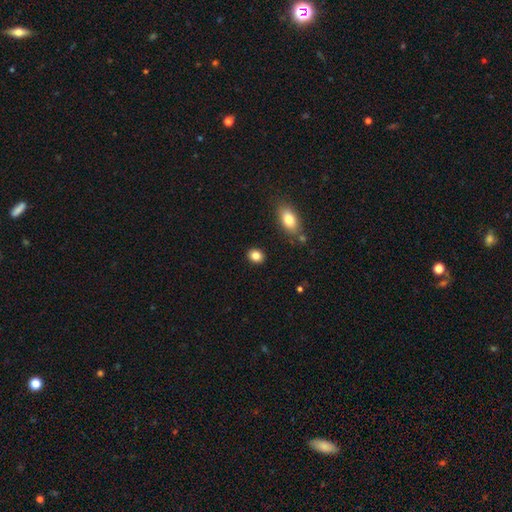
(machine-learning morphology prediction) smooth_or_featured: smooth (p=0.85) [alt: star or artifact p=0.09]
how_rounded: round (p=0.58) [alt: in between p=0.41]
merging: none (p=0.88) [alt: minor disturbance p=0.07]